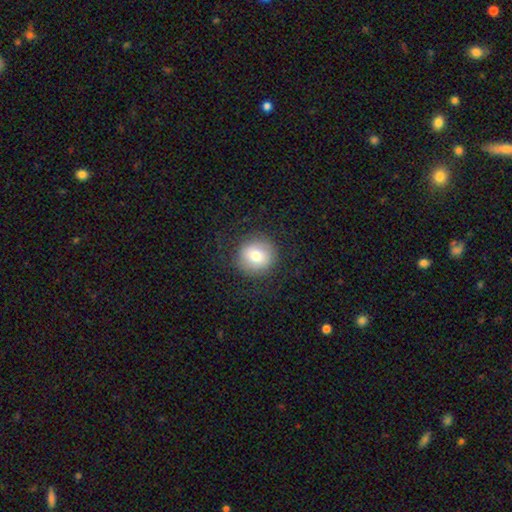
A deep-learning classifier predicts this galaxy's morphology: type=smooth (73%); roundness=round (91%); merging=none (82%).